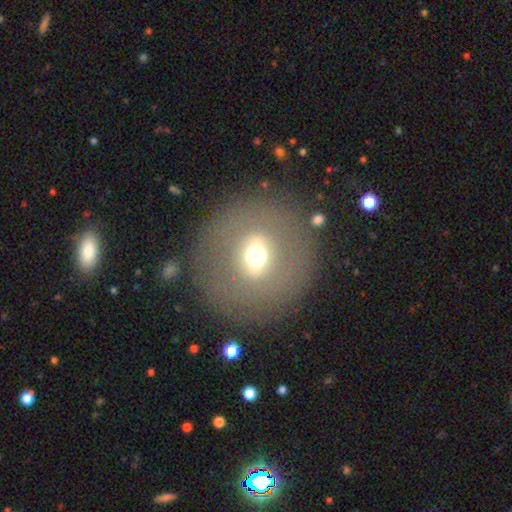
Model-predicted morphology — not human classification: Smooth or featured?
  - smooth: 48% *
  - featured or disk: 36%
  - star or artifact: 16%
Merging?
  - none: 81% *
  - minor disturbance: 9%
  - major disturbance: 7%
  - merger: 2%